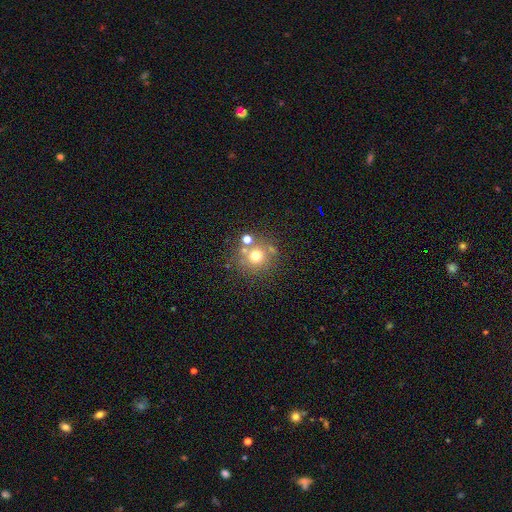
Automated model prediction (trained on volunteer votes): The model was most divided on "smooth or featured": smooth: 65%, star or artifact: 19%, featured or disk: 16%. More confident: how rounded — round (91%); merging — none (68%).